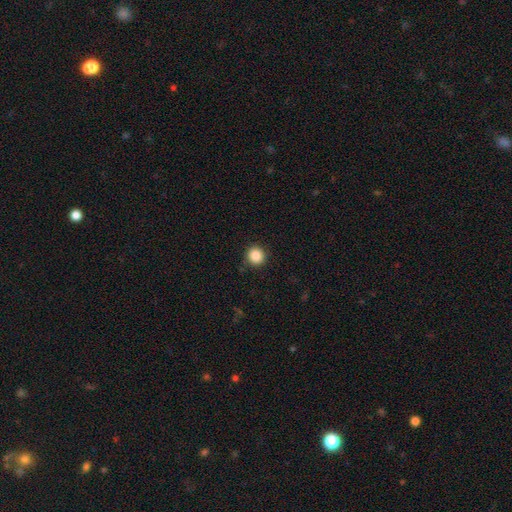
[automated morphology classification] smooth-or-featured: smooth: 87% | star or artifact: 10% | featured or disk: 3%
  how-rounded: round: 93% | in between: 6% | cigar-shaped: 1%
  merging: none: 90% | minor disturbance: 7% | major disturbance: 2% | merger: 1%